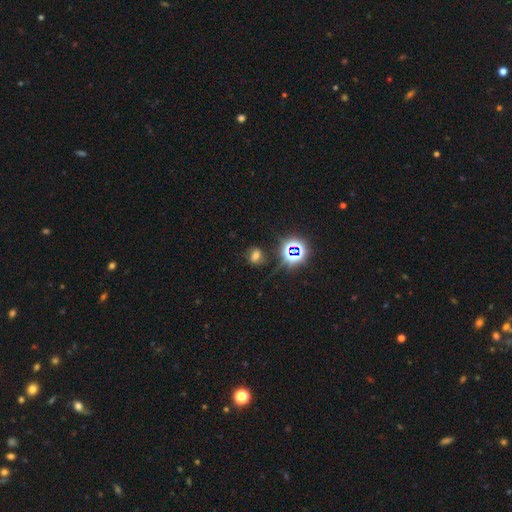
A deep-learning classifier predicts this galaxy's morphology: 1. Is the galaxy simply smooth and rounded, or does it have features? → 51% smooth, 35% star or artifact, 14% featured or disk.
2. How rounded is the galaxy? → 50% in between, 48% round, 2% cigar-shaped.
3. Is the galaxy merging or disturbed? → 76% none, 14% minor disturbance, 6% major disturbance, 4% merger.